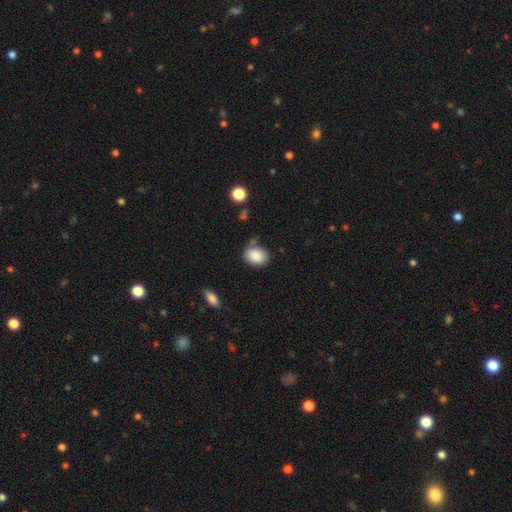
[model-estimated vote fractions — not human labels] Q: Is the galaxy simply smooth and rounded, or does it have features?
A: smooth — 87%.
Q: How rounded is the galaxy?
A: in between — 67%.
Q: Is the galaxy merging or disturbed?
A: none — 70%.